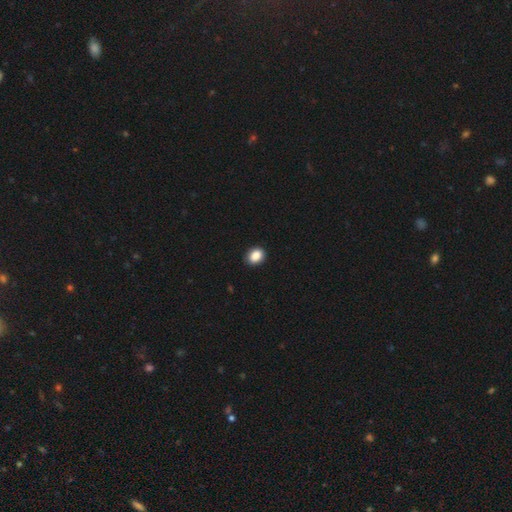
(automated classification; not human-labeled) Overall: smooth (88%). How rounded: in between (63%; round 36%). Merging: none (90%).